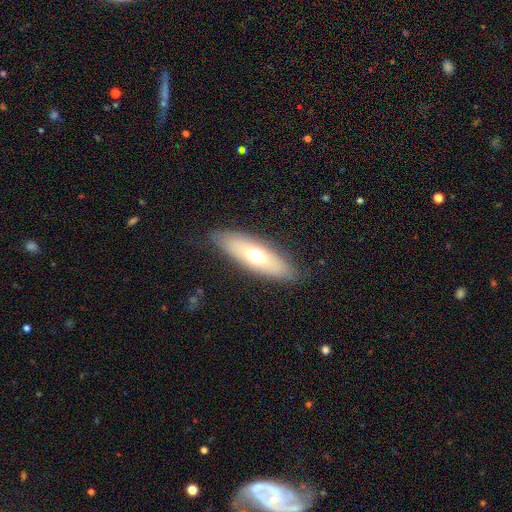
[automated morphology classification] type=smooth (56%); roundness=in between (53%); merging=none (85%).